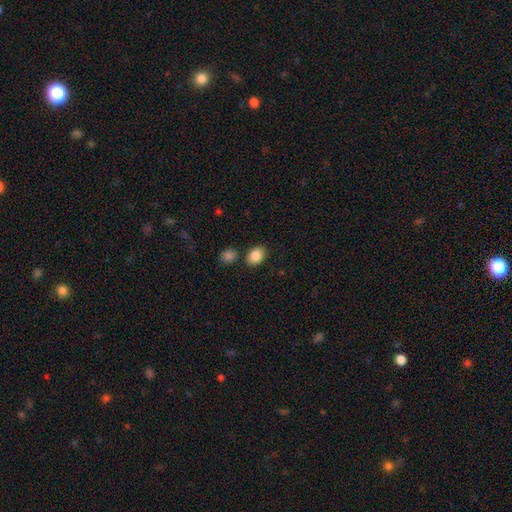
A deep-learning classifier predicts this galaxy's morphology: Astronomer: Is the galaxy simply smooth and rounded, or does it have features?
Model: smooth — 86%.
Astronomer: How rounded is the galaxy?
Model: in between — 73%.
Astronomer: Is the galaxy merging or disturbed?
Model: none — 81%.